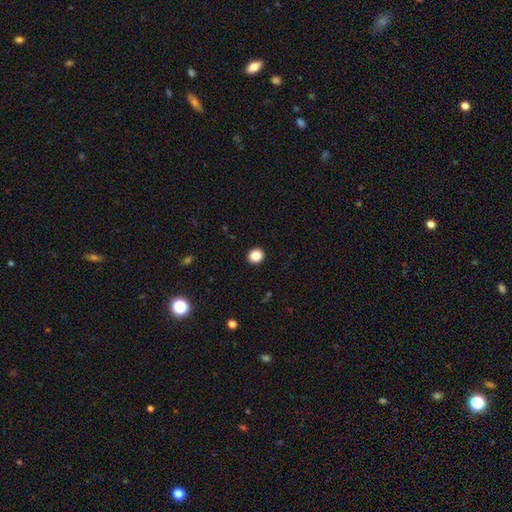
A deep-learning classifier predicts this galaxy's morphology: Q: Smooth or featured?
A: smooth (87%); runner-up: star or artifact (10%)
Q: How rounded?
A: round (86%); runner-up: in between (13%)
Q: Merging?
A: none (93%); runner-up: minor disturbance (4%)